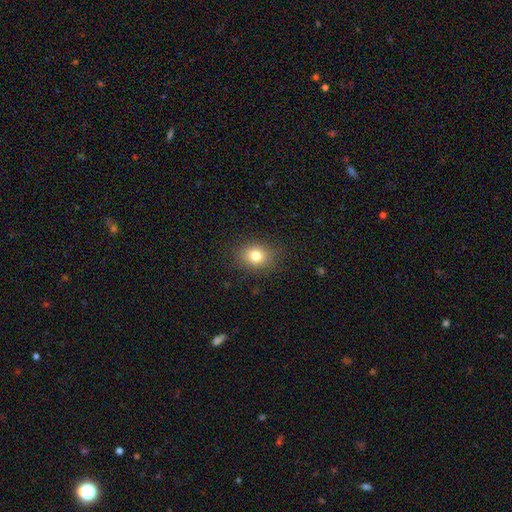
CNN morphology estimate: Overall: smooth (79%). How rounded: round (55%; in between 44%). Merging: none (86%).